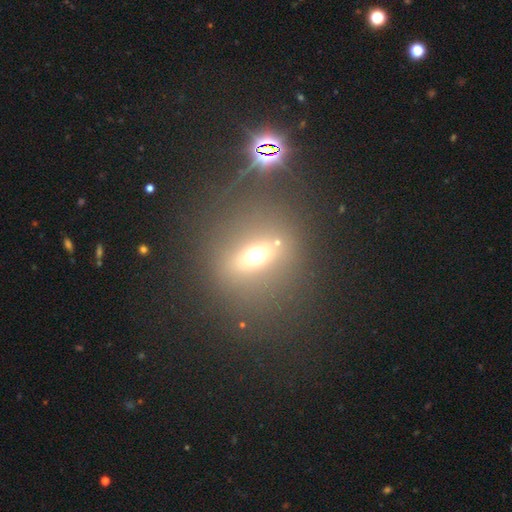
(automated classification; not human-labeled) The model was most divided on "how rounded": round: 62%, in between: 34%, cigar-shaped: 4%. More confident: merging — none (75%); smooth or featured — smooth (55%).